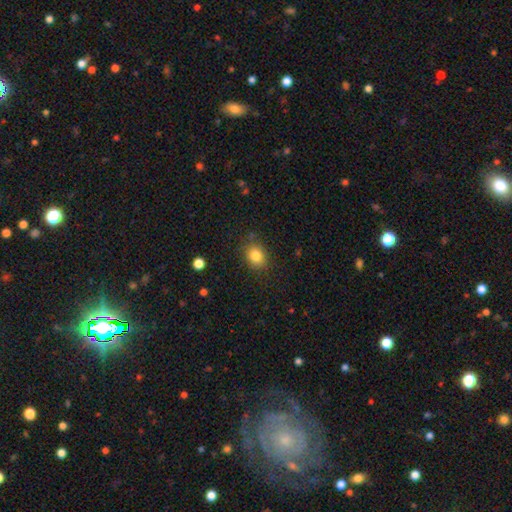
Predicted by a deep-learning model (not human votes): Overall: smooth (83%). How rounded: round (50%; in between 49%). Merging: none (82%).